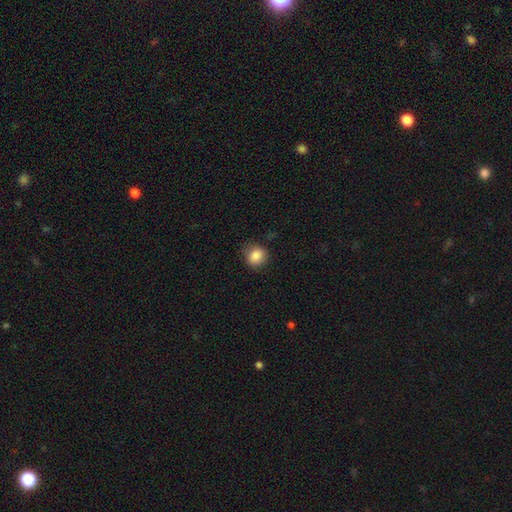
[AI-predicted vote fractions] smooth-or-featured: smooth: 86% | star or artifact: 10% | featured or disk: 5%
  how-rounded: round: 84% | in between: 15% | cigar-shaped: 1%
  merging: none: 83% | minor disturbance: 13% | major disturbance: 3% | merger: 1%